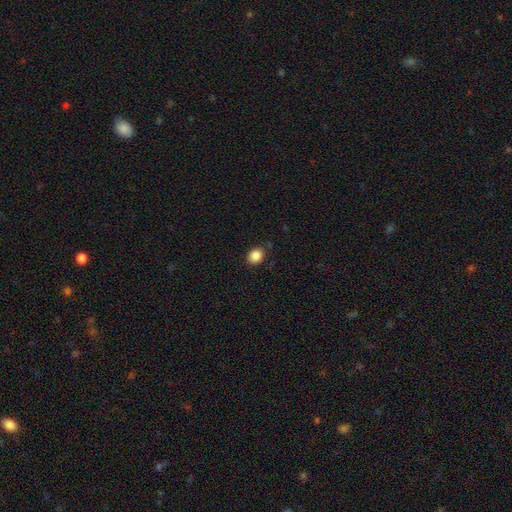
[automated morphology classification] smooth_or_featured: smooth (p=0.87) [alt: star or artifact p=0.10]
how_rounded: round (p=0.62) [alt: in between p=0.37]
merging: none (p=0.85) [alt: minor disturbance p=0.11]